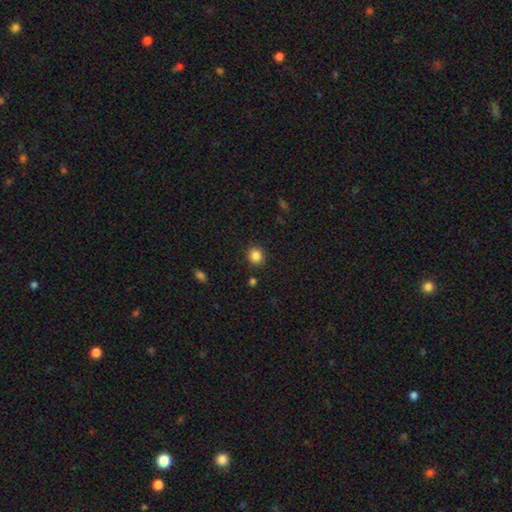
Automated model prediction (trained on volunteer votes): The model was most divided on "how rounded": round: 84%, in between: 15%, cigar-shaped: 1%. More confident: merging — none (89%); smooth or featured — smooth (85%).